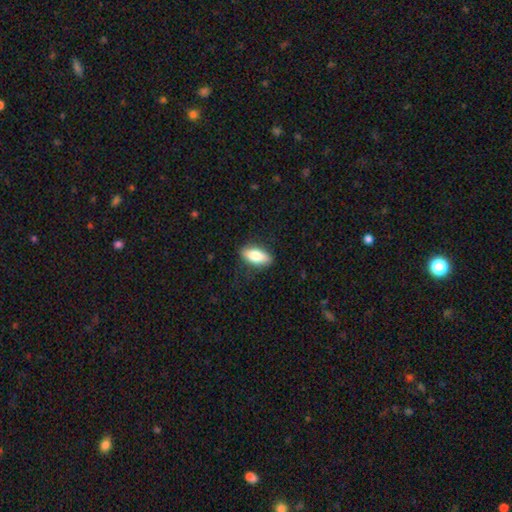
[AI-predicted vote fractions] Overall: smooth (78%). How rounded: in between (82%). Merging: none (84%).